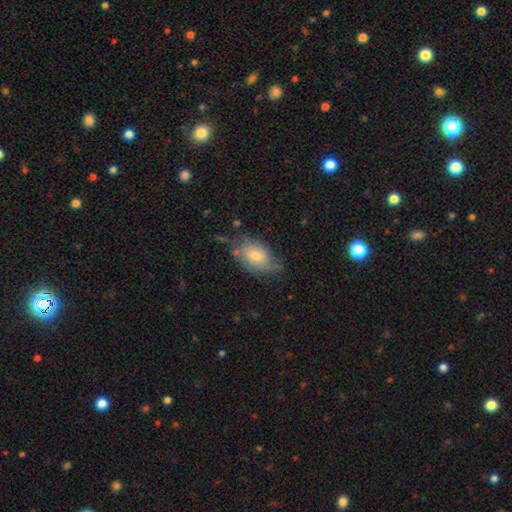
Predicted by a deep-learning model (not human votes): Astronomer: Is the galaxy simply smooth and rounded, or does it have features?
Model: smooth — 64%.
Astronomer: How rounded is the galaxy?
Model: in between — 86%.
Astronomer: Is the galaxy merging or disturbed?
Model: none — 54% (runner-up: minor disturbance, 32%).